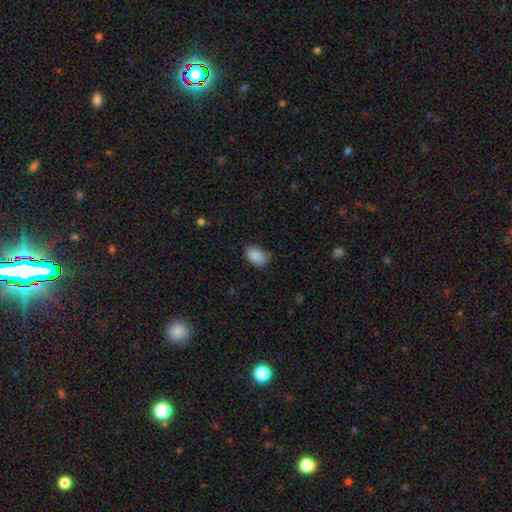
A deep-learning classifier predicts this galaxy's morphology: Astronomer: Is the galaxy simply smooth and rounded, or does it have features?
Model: smooth — 89%.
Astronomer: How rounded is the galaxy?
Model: in between — 90%.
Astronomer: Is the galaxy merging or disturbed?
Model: none — 77%.